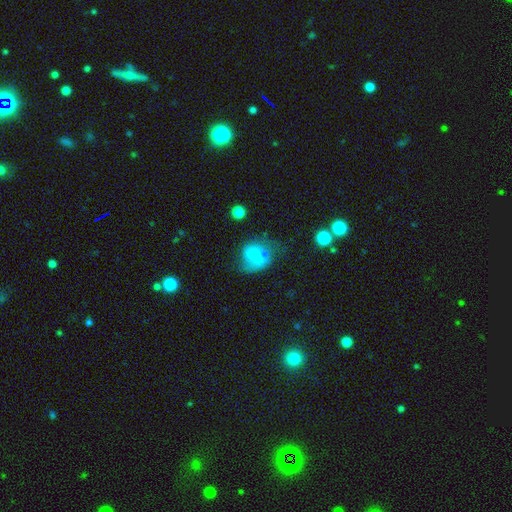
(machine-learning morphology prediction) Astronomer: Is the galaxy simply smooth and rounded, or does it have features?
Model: smooth — 57% (runner-up: featured or disk, 33%).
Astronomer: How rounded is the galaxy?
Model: in between — 53% (runner-up: round, 45%).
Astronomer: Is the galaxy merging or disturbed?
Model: none — 41% (runner-up: minor disturbance, 28%).